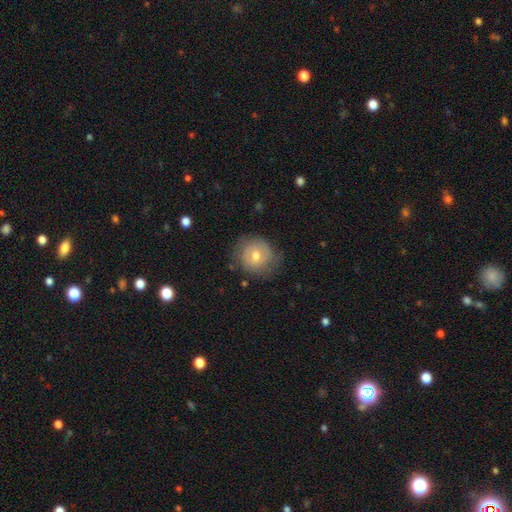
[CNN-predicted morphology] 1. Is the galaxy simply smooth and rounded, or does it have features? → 52% smooth, 39% featured or disk, 9% star or artifact.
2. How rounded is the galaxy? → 87% round, 12% in between, 1% cigar-shaped.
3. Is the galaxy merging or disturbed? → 74% none, 18% minor disturbance, 7% major disturbance, 1% merger.